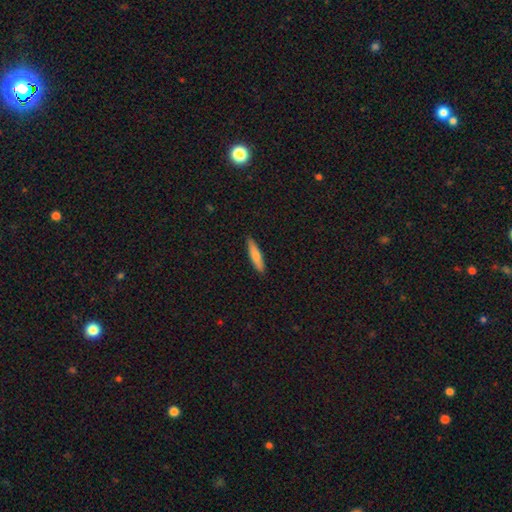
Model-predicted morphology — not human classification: A smooth galaxy with no disk features (76%) that is cigar-shaped (84%). Merging: none (90%).